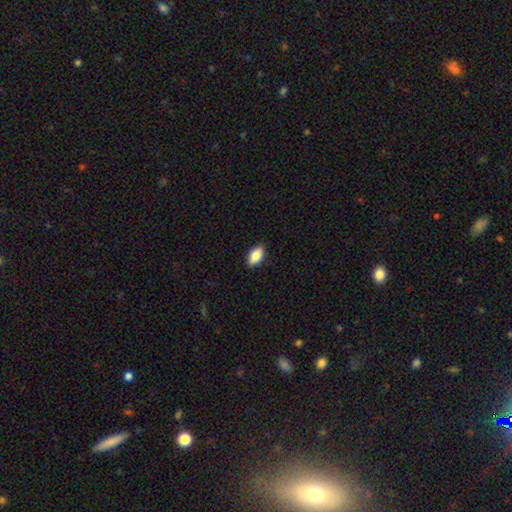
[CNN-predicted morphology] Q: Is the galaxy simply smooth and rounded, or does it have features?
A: smooth — 82%.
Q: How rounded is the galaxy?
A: in between — 91%.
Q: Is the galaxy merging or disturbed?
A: none — 87%.